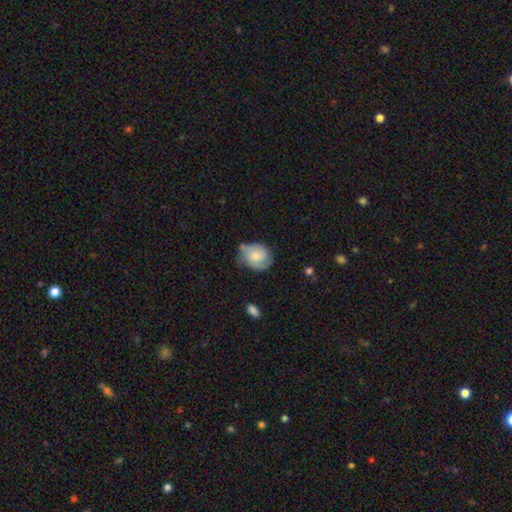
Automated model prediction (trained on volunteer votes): The model was most divided on "merging": none: 49%, minor disturbance: 35%, major disturbance: 9%, merger: 6%. More confident: smooth or featured — smooth (60%); how rounded — round (57%).